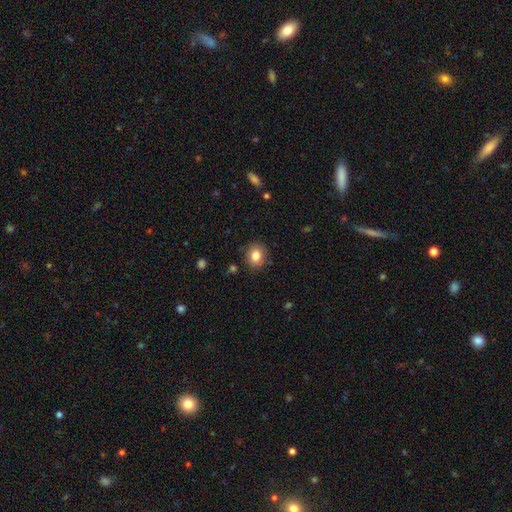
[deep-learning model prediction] A smooth galaxy with no disk features (82%) that is round (66%).

Vote fractions:
- Smooth or featured? smooth: 82% / star or artifact: 10% / featured or disk: 8%
- How rounded? round: 66% / in between: 34% / cigar-shaped: 1%
- Merging? none: 86% / minor disturbance: 10% / major disturbance: 2% / merger: 1%